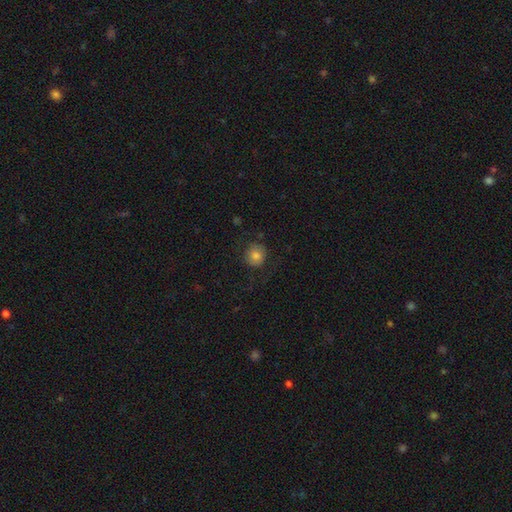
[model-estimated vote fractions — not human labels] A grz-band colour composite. It shows a smooth galaxy with no disk features (79%) that is round (90%). Merging: none (79%).